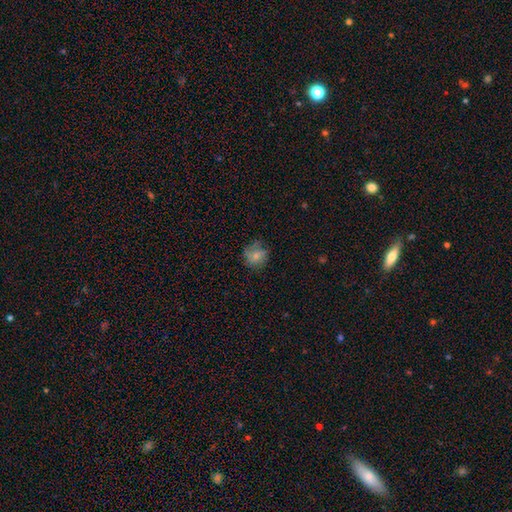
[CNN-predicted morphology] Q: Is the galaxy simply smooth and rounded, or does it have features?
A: smooth — 68%.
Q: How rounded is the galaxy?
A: round — 77%.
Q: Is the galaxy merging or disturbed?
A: none — 65%.